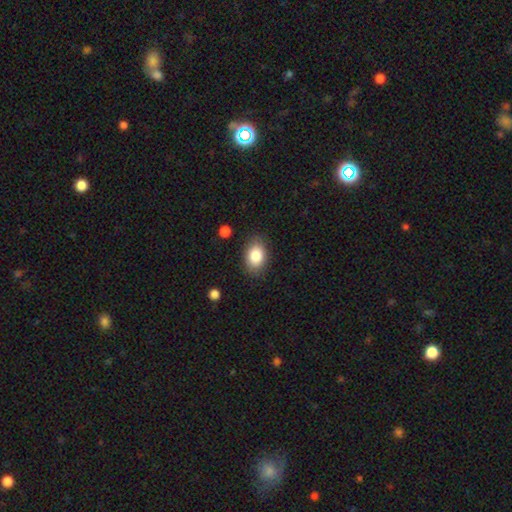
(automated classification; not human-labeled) This is clearly a smooth galaxy (85%). How rounded: clearly in between (81%). Merging: clearly none (84%).